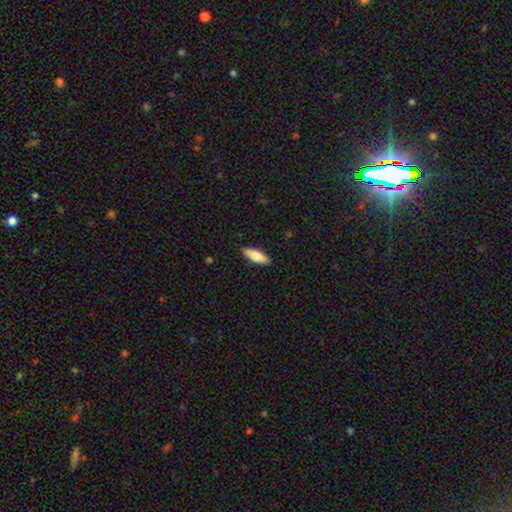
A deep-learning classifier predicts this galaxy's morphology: Q: Smooth or featured?
A: smooth (77%); runner-up: featured or disk (17%)
Q: How rounded?
A: in between (56%); runner-up: cigar-shaped (42%)
Q: Merging?
A: none (89%); runner-up: minor disturbance (8%)